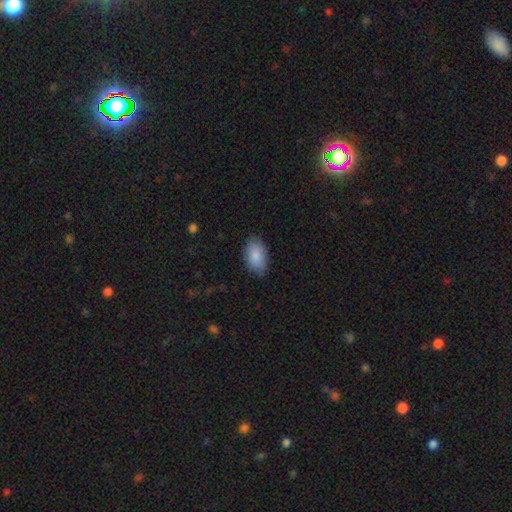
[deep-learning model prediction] Smooth or featured? smooth (88%)
How rounded? in between (93%)
Merging? none (84%)